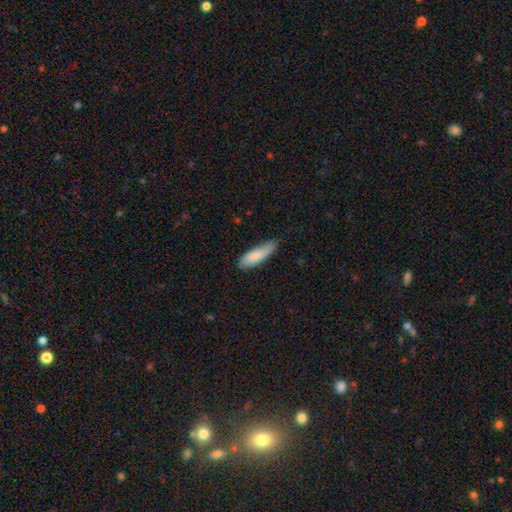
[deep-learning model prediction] Overall: smooth (82%). How rounded: cigar-shaped (52%; in between 46%). Merging: none (65%; minor disturbance 28%).